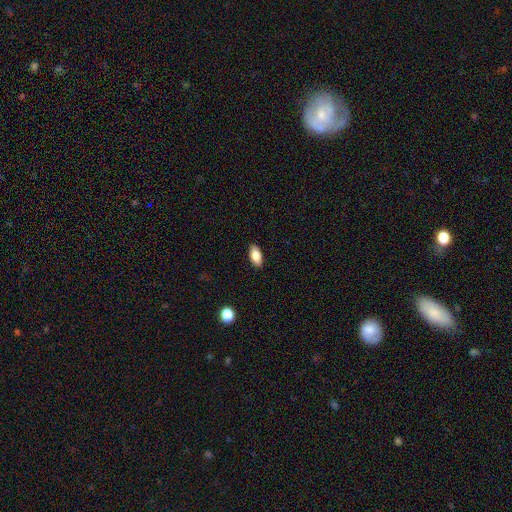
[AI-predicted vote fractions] A smooth galaxy with no disk features (83%) that is in between round and cigar-shaped (91%). Merging: none (89%).